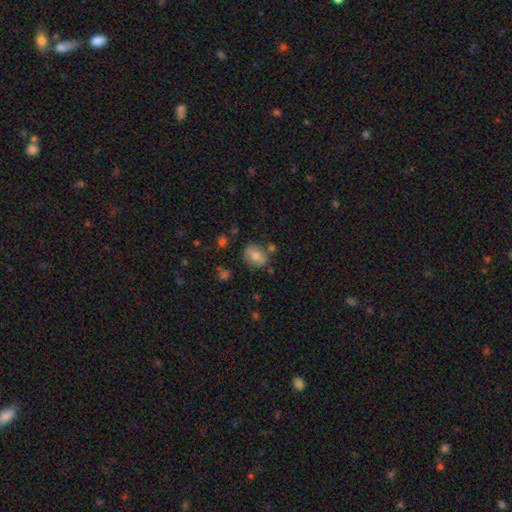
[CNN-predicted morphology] Q: Smooth or featured?
A: smooth (66%); runner-up: featured or disk (25%)
Q: How rounded?
A: in between (56%); runner-up: round (42%)
Q: Merging?
A: none (72%); runner-up: minor disturbance (16%)